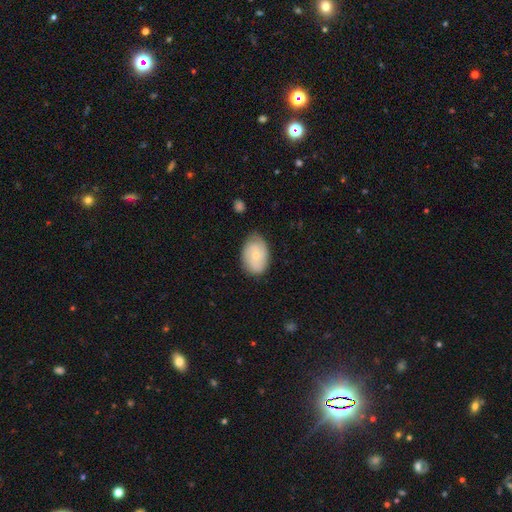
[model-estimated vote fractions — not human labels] Smooth or featured?
  - smooth: 48% *
  - featured or disk: 46%
  - star or artifact: 7%
Merging?
  - none: 71% *
  - minor disturbance: 23%
  - major disturbance: 5%
  - merger: 2%